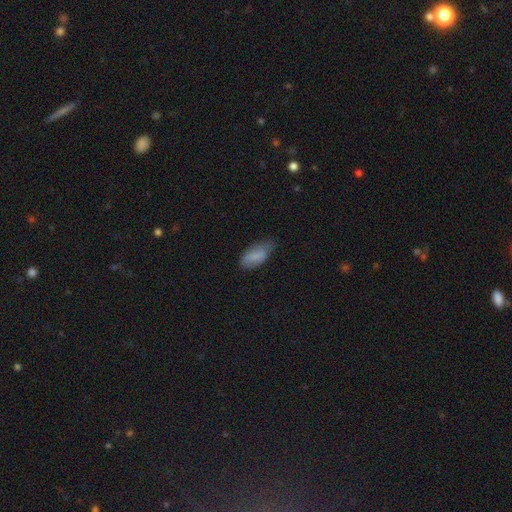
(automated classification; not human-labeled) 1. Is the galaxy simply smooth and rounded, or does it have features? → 81% smooth, 12% featured or disk, 7% star or artifact.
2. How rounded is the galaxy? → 89% in between, 9% cigar-shaped, 2% round.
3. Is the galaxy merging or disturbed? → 57% none, 34% minor disturbance, 7% major disturbance, 2% merger.